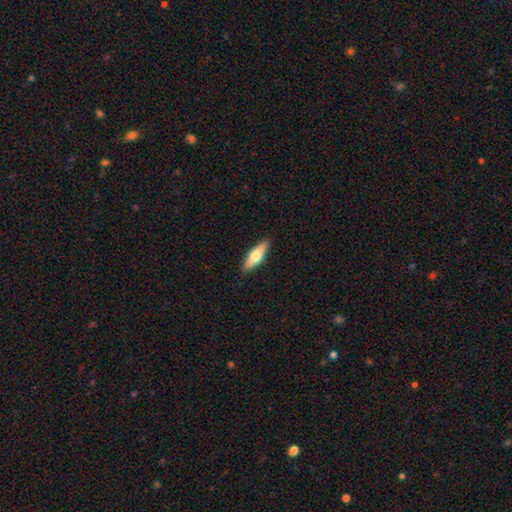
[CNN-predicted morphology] The model was most divided on "how rounded": cigar-shaped: 54%, in between: 44%, round: 2%. More confident: merging — none (90%); smooth or featured — smooth (54%).